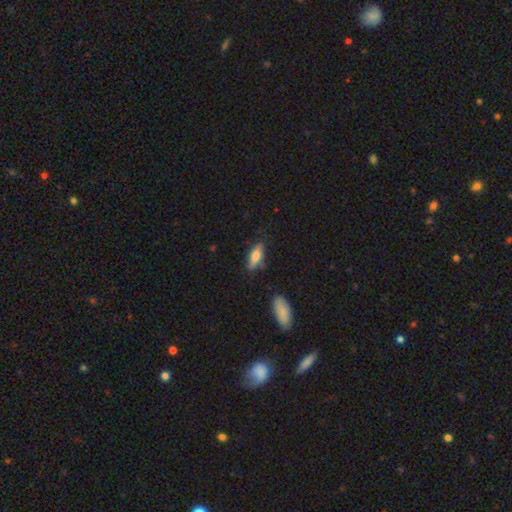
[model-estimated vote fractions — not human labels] This is likely a smooth galaxy (72%). How rounded: likely in between (61%). Merging: likely none (70%).